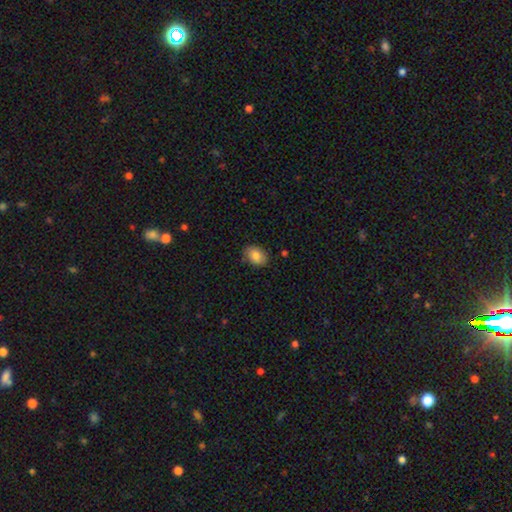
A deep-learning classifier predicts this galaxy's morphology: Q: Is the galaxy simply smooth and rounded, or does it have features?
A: smooth — 82%.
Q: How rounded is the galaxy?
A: in between — 74%.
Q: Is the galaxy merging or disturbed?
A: none — 80%.